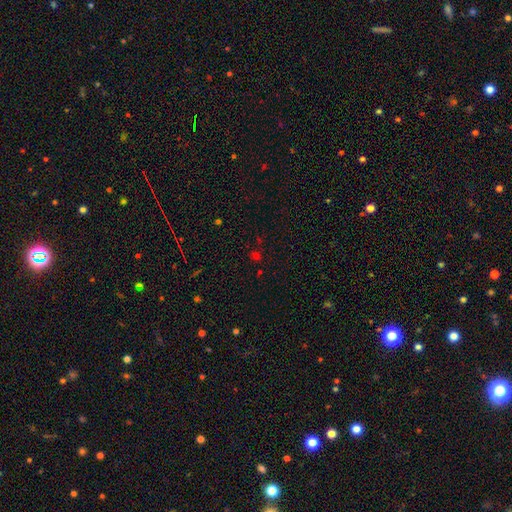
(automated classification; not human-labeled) A smooth galaxy with no disk features (49%). Merging: none (79%).